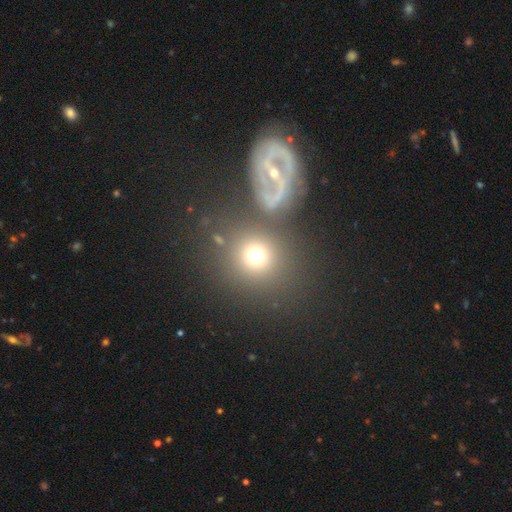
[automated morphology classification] Q: Smooth or featured?
A: smooth (71%); runner-up: star or artifact (17%)
Q: How rounded?
A: round (89%); runner-up: in between (9%)
Q: Merging?
A: none (69%); runner-up: merger (16%)